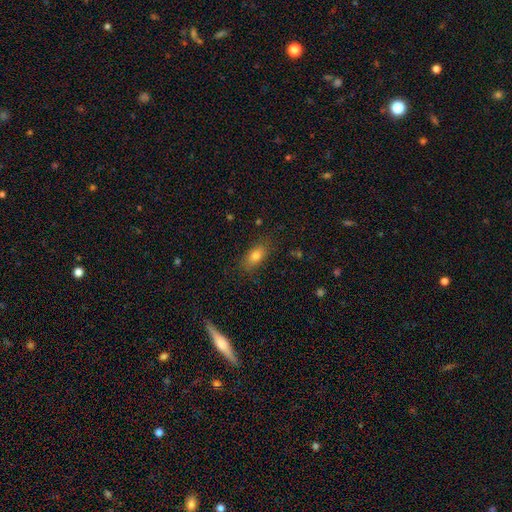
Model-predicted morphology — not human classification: Smooth or featured: smooth — 78% (featured or disk — 12%)
How rounded: in between — 83% (cigar-shaped — 9%)
Merging: none — 82% (minor disturbance — 13%)